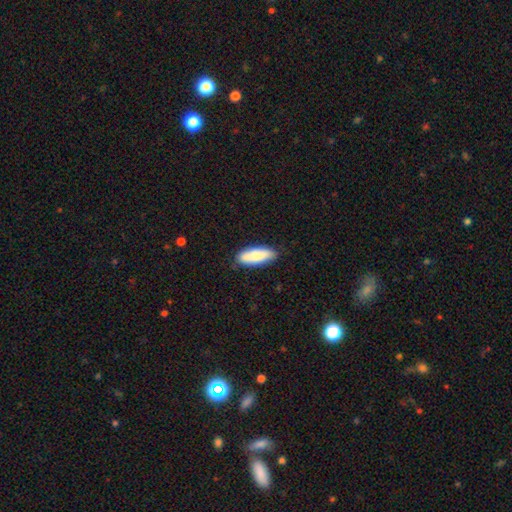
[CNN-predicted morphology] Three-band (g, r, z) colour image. It shows a smooth galaxy with no disk features (83%) that is in between round and cigar-shaped (69%). Merging: none (83%).